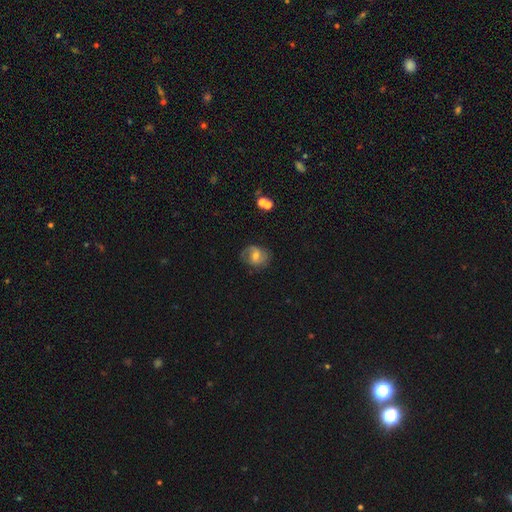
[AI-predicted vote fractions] Q: Smooth or featured?
A: featured or disk (57%); runner-up: smooth (34%)
Q: Edge-on disk?
A: no (97%); runner-up: yes (3%)
Q: Bar?
A: weak (49%); runner-up: no (36%)
Q: Spiral arms?
A: yes (82%); runner-up: no (18%)
Q: Bulge size?
A: moderate (56%); runner-up: small (36%)
Q: Merging?
A: none (69%); runner-up: minor disturbance (20%)